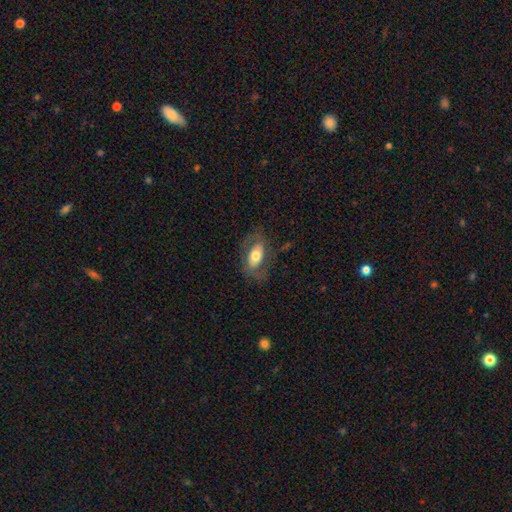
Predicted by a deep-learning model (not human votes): smooth-or-featured: smooth: 50% | featured or disk: 44% | star or artifact: 7%
  merging: none: 67% | minor disturbance: 18% | major disturbance: 13% | merger: 1%